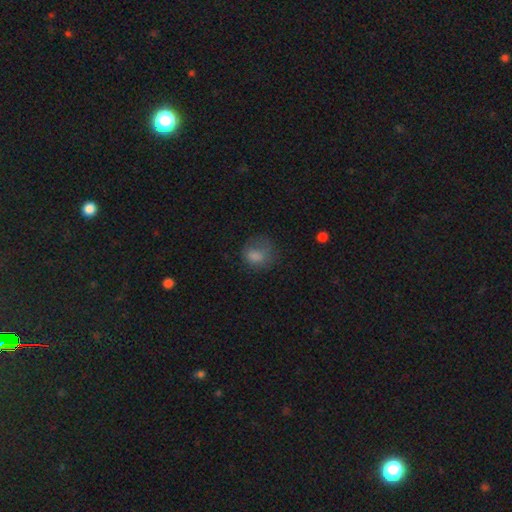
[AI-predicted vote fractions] Morphology: type=smooth (72%); roundness=round (59%); merging=none (46%).